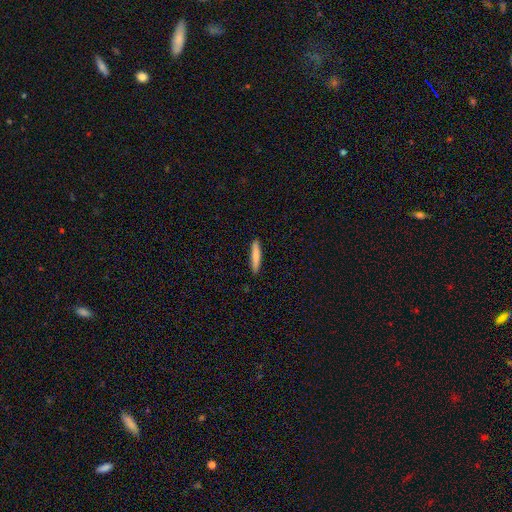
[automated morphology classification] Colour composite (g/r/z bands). It shows a smooth galaxy with no disk features (79%) that is cigar-shaped (92%). Merging: none (90%).